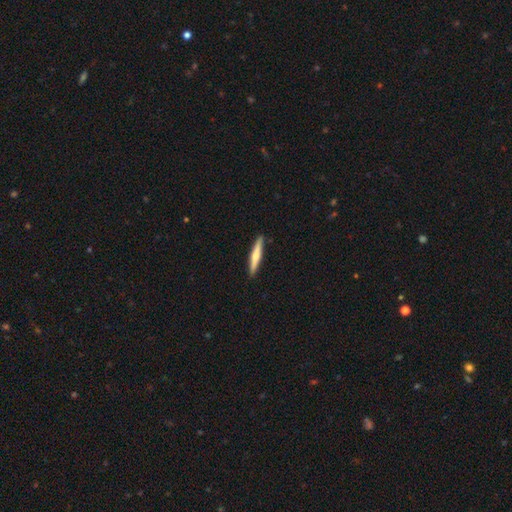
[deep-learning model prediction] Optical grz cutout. It shows a smooth galaxy with no disk features (56%) that is cigar-shaped (93%). Merging: none (91%).